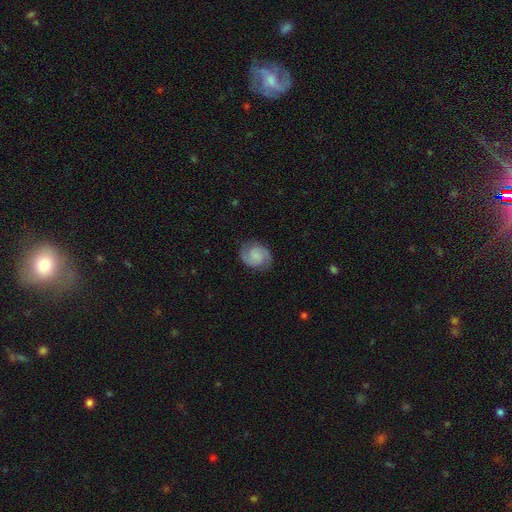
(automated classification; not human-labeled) featured or disk 64%, smooth 28%, star or artifact 8%. Down the decision tree: edge-on disk — no (98%); bar — no (62%); spiral arms — yes (95%); spiral arm count — 2 (90%); spiral winding — medium (47%); bulge size — none (51%); merging — none (82%).